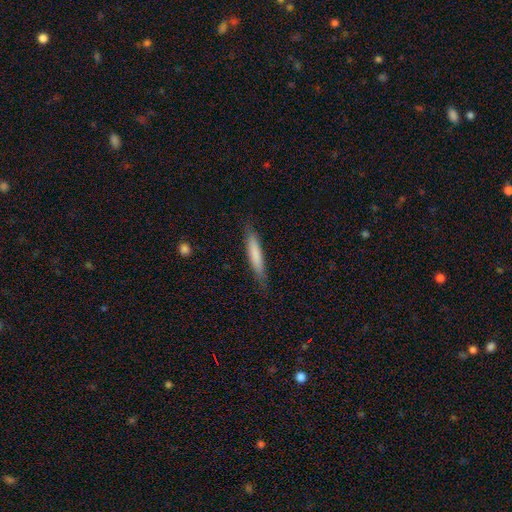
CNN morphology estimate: Overall: smooth (77%). How rounded: cigar-shaped (89%). Merging: none (83%).